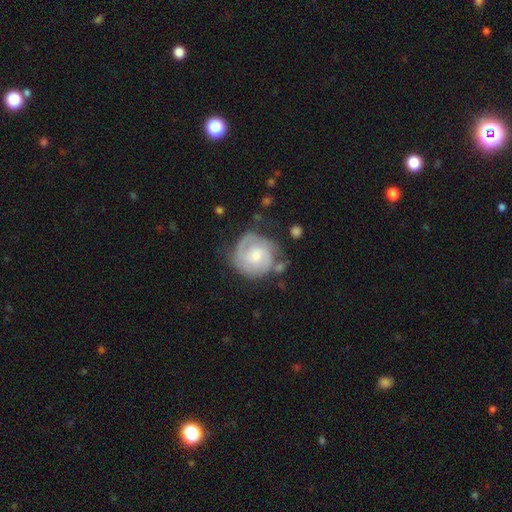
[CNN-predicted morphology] Smooth or featured?
  - featured or disk: 73% *
  - smooth: 22%
  - star or artifact: 6%
Edge-on disk?
  - no: 98% *
  - yes: 2%
Bar?
  - no: 61% *
  - weak: 34%
  - strong: 5%
Spiral arms?
  - yes: 92% *
  - no: 8%
Spiral winding?
  - tight: 55% *
  - medium: 35%
  - loose: 10%
Spiral arm count?
  - 2: 53% *
  - can't tell: 19%
  - 3: 13%
  - 1: 9%
  - 4: 3%
  - more than 4: 2%
Bulge size?
  - moderate: 52% *
  - small: 37%
  - large: 6%
  - none: 4%
  - dominant: 1%
Merging?
  - none: 62% *
  - minor disturbance: 22%
  - major disturbance: 11%
  - merger: 5%